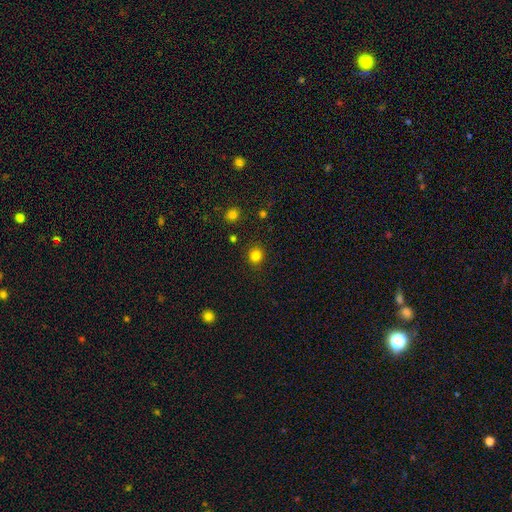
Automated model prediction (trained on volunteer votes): smooth 83%, star or artifact 13%, featured or disk 4%. Down the decision tree: how rounded — round (88%); merging — none (90%).